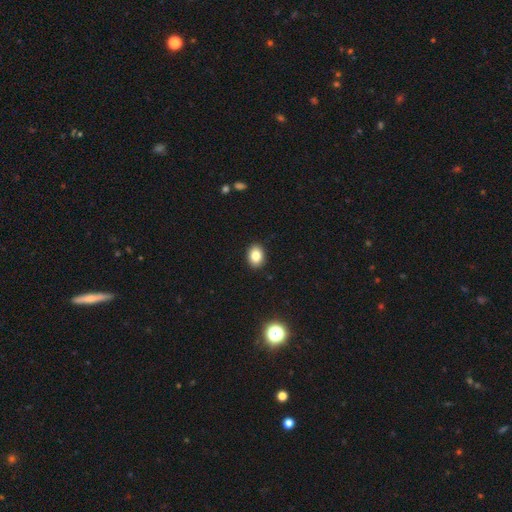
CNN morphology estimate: The model was most divided on "how rounded": in between: 66%, round: 33%, cigar-shaped: 1%. More confident: merging — none (91%); smooth or featured — smooth (83%).